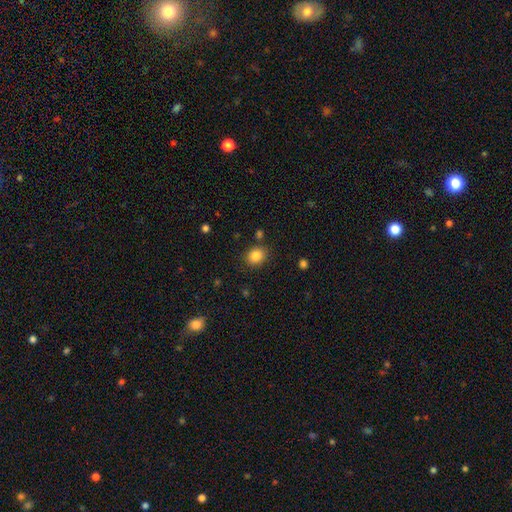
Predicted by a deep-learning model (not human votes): smooth_or_featured: smooth (p=0.85) [alt: star or artifact p=0.10]
how_rounded: round (p=0.60) [alt: in between p=0.39]
merging: none (p=0.84) [alt: minor disturbance p=0.10]